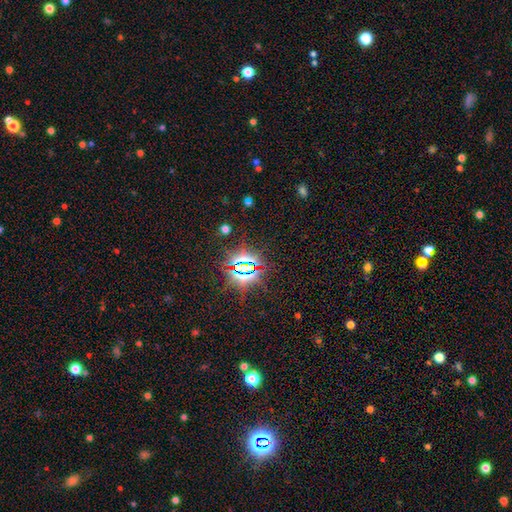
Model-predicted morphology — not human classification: Smooth or featured? star or artifact (83%)